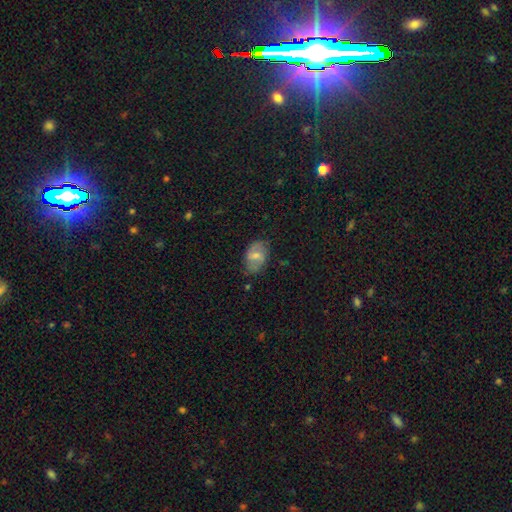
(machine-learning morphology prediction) The model was most divided on "smooth or featured" (2-way tie): smooth: 46%, featured or disk: 46%, star or artifact: 8%. More confident: merging — none (72%).